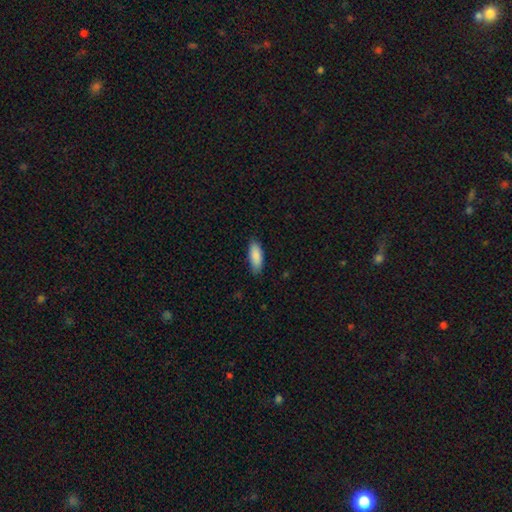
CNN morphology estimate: Smooth or featured? Predicted: smooth (p=0.89). How rounded? Predicted: in between (p=0.76). Merging? Predicted: none (p=0.82).